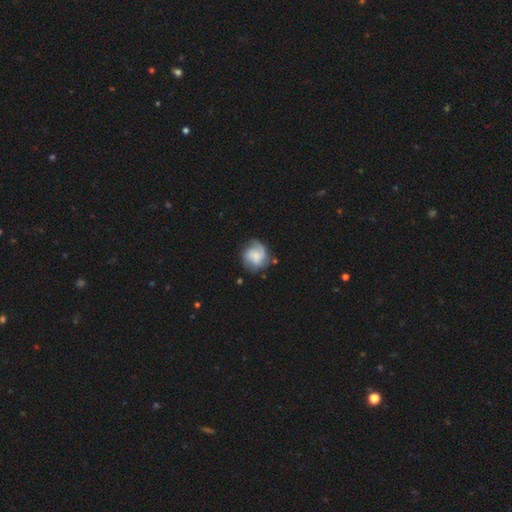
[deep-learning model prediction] Morphology: type=featured or disk (59%); edge-on=no (98%); bar=no (62%); spiral arms=yes (90%); winding=medium (41%); arm count=2 (35%); bulge=small (39%); merging=none (67%).